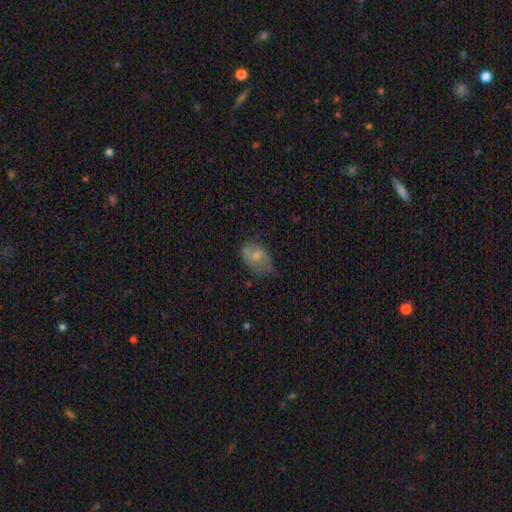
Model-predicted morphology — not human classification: Q: Smooth or featured?
A: smooth (64%); runner-up: featured or disk (28%)
Q: How rounded?
A: in between (84%); runner-up: round (15%)
Q: Merging?
A: none (52%); runner-up: minor disturbance (33%)